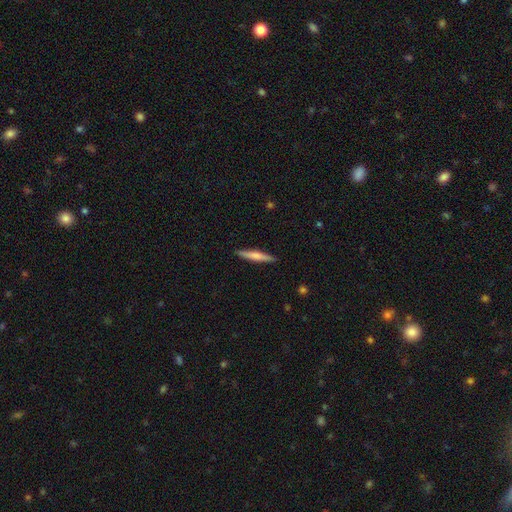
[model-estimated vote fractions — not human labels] Smooth or featured?
  - smooth: 53% *
  - featured or disk: 42%
  - star or artifact: 5%
How rounded?
  - cigar-shaped: 93% *
  - in between: 5%
  - round: 2%
Merging?
  - none: 91% *
  - minor disturbance: 7%
  - major disturbance: 1%
  - merger: 1%